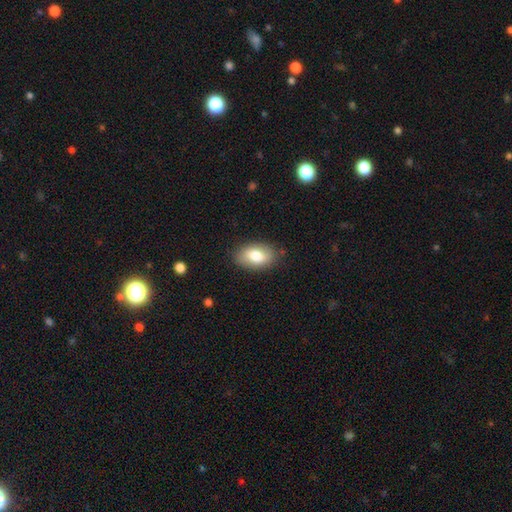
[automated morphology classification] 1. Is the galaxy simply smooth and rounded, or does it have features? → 78% smooth, 15% featured or disk, 7% star or artifact.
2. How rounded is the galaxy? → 91% in between, 8% round, 2% cigar-shaped.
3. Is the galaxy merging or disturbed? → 85% none, 11% minor disturbance, 3% major disturbance, 1% merger.